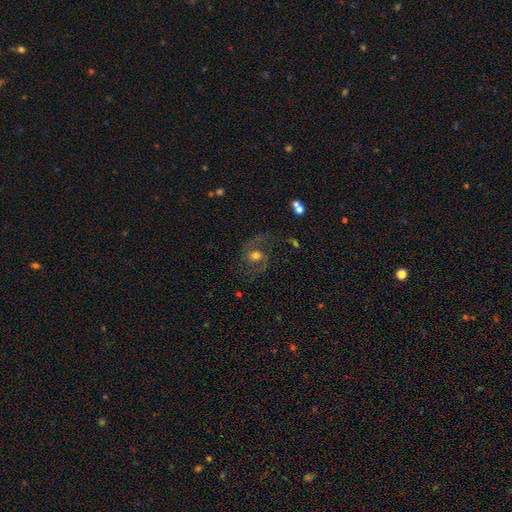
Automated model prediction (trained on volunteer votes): This is likely a featured or disk galaxy (75%). It is clearly not viewed edge-on (97%). Bar: possibly no (50%). Spiral arm pattern: clearly yes (90%). Spiral arm count: clearly 2 (87%). Spiral winding: possibly medium (50%). Central bulge: likely moderate (67%). Merging: likely none (66%).